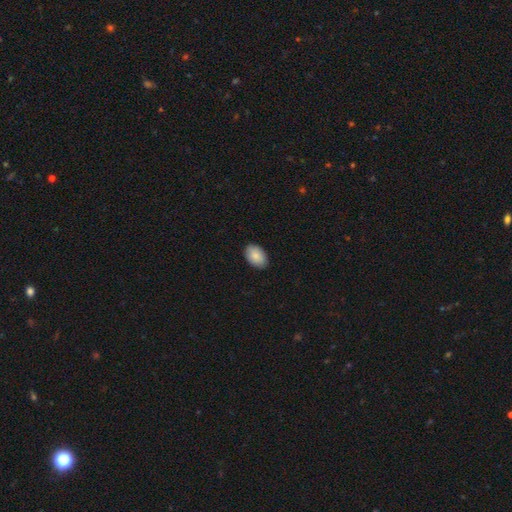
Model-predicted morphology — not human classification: Smooth or featured?
  - smooth: 88% *
  - star or artifact: 6%
  - featured or disk: 6%
How rounded?
  - in between: 90% *
  - round: 9%
  - cigar-shaped: 1%
Merging?
  - none: 87% *
  - minor disturbance: 10%
  - major disturbance: 2%
  - merger: 1%